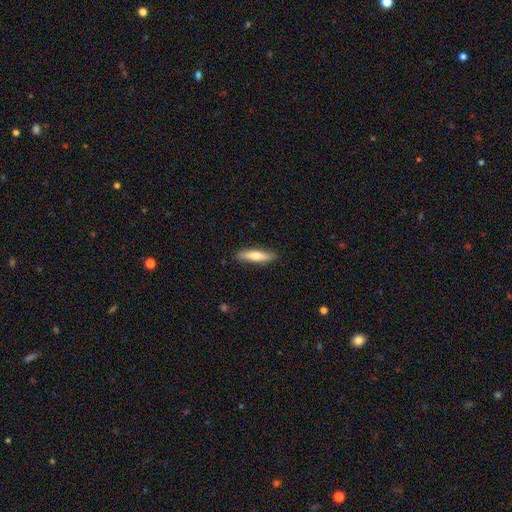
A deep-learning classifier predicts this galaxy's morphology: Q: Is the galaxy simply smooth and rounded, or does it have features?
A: smooth — 62%.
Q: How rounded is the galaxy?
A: cigar-shaped — 77%.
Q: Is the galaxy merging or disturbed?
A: none — 88%.